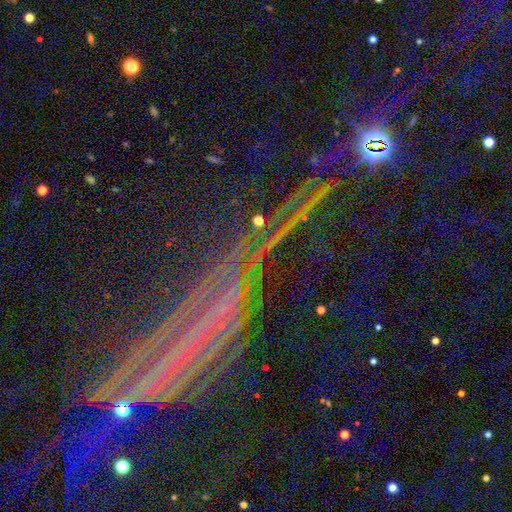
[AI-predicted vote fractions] Smooth or featured? star or artifact (81%)